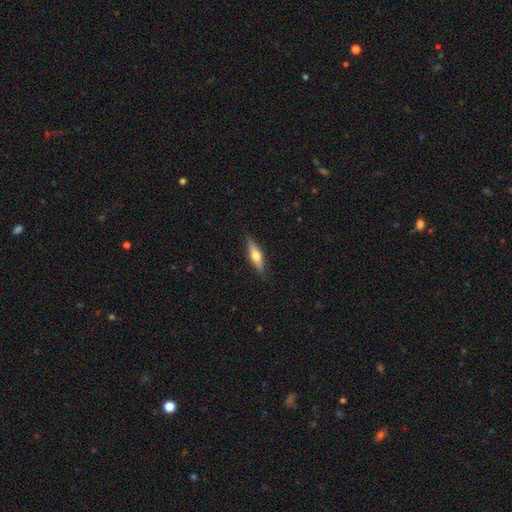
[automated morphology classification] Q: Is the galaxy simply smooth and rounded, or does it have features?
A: smooth — 50%.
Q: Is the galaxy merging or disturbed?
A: none — 87%.